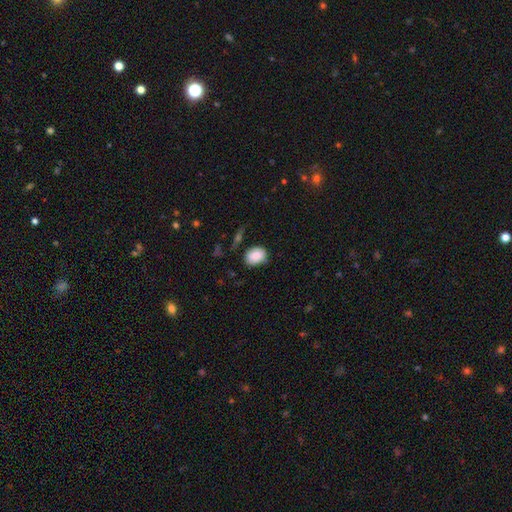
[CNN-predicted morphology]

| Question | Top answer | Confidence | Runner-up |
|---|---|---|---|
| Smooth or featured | smooth | 88% | star or artifact (7%) |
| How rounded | in between | 64% | round (35%) |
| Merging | none | 75% | minor disturbance (18%) |